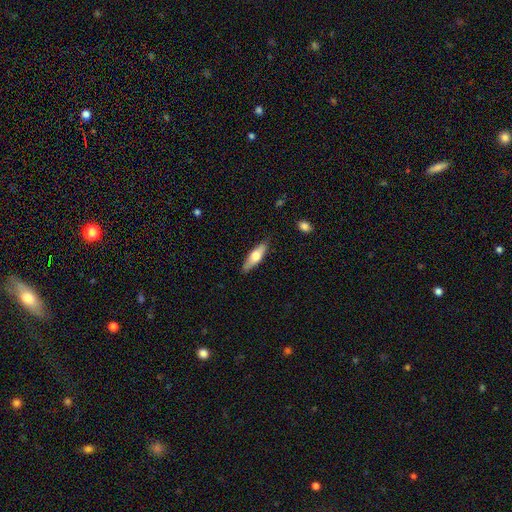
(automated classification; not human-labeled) smooth_or_featured: smooth (p=0.54) [alt: featured or disk p=0.41]
how_rounded: cigar-shaped (p=0.53) [alt: in between p=0.45]
merging: none (p=0.85) [alt: minor disturbance p=0.12]